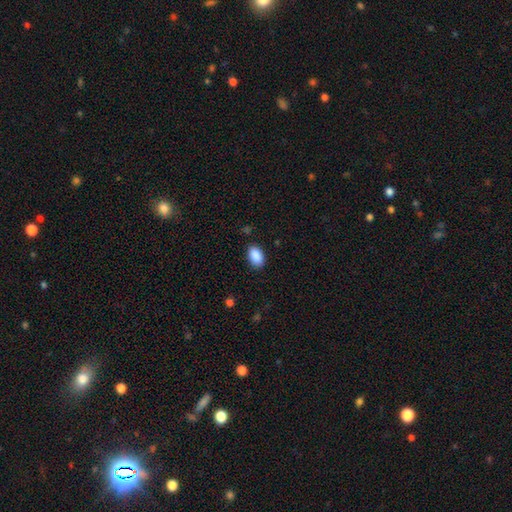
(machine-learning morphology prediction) Smooth or featured: smooth — 90% (star or artifact — 7%)
How rounded: in between — 92% (round — 6%)
Merging: none — 86% (minor disturbance — 10%)